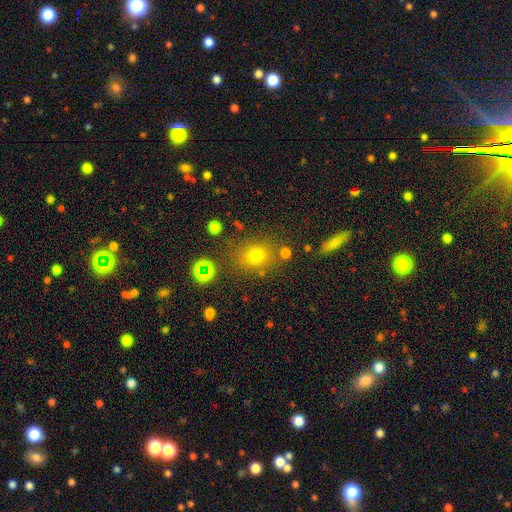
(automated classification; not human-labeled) Q: Smooth or featured?
A: smooth (69%); runner-up: star or artifact (21%)
Q: How rounded?
A: round (65%); runner-up: in between (33%)
Q: Merging?
A: none (77%); runner-up: minor disturbance (12%)